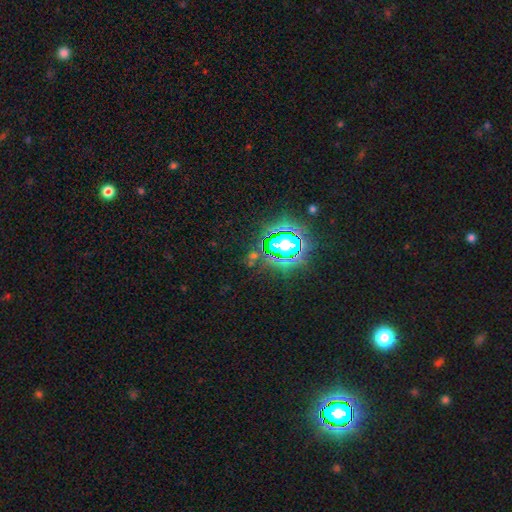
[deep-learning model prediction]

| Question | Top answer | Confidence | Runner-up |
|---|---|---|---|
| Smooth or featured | star or artifact | 75% | smooth (15%) |